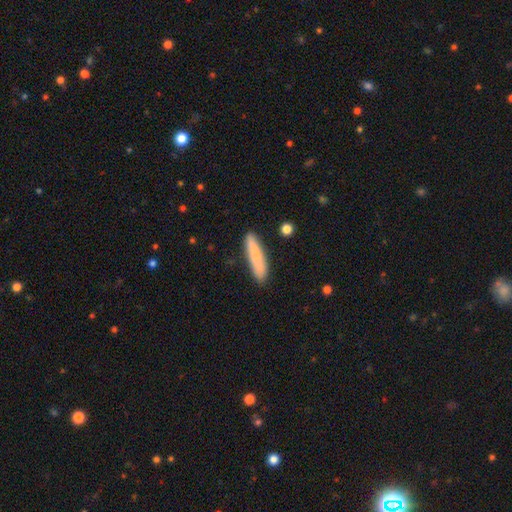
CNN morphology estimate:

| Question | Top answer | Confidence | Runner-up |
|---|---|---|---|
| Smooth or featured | smooth | 82% | featured or disk (12%) |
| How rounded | cigar-shaped | 88% | in between (11%) |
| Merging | none | 87% | minor disturbance (9%) |